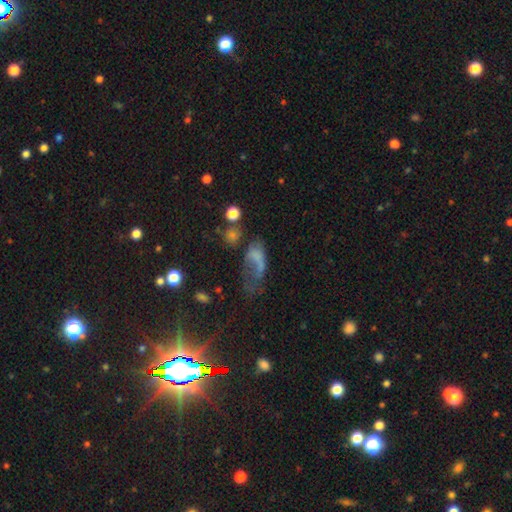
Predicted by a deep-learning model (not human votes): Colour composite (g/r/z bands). It shows a smooth galaxy with no disk features (44%). Merging: major disturbance (49%).